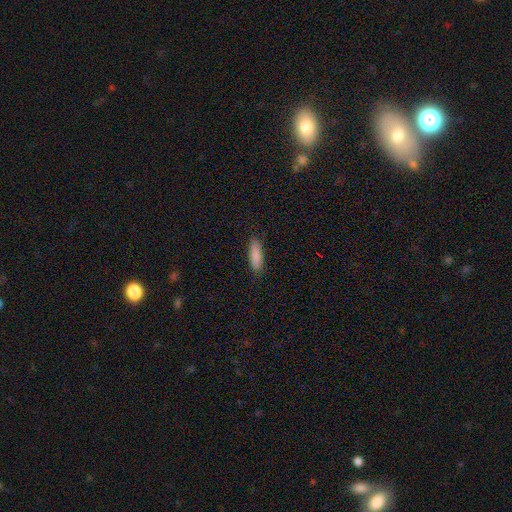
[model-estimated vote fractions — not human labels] Smooth or featured? smooth (88%)
How rounded? cigar-shaped (53%)
Merging? none (86%)